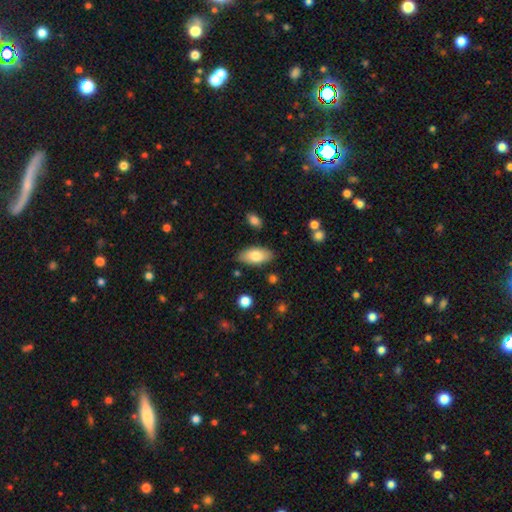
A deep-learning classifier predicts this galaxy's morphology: The model was most divided on "smooth or featured": smooth: 78%, featured or disk: 16%, star or artifact: 6%. More confident: how rounded — in between (92%); merging — none (83%).